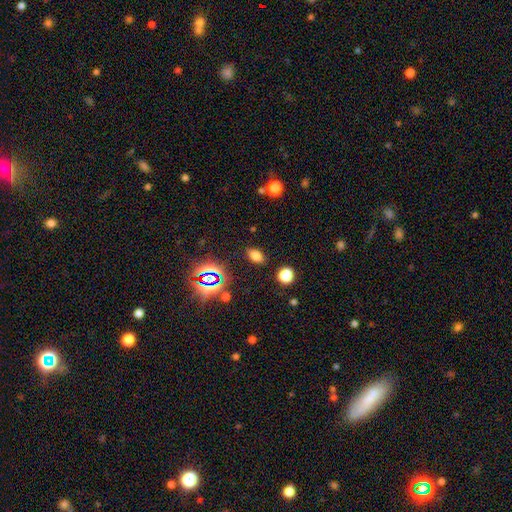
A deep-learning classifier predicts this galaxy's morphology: smooth 68%, star or artifact 23%, featured or disk 10%. Down the decision tree: how rounded — in between (83%); merging — none (84%).